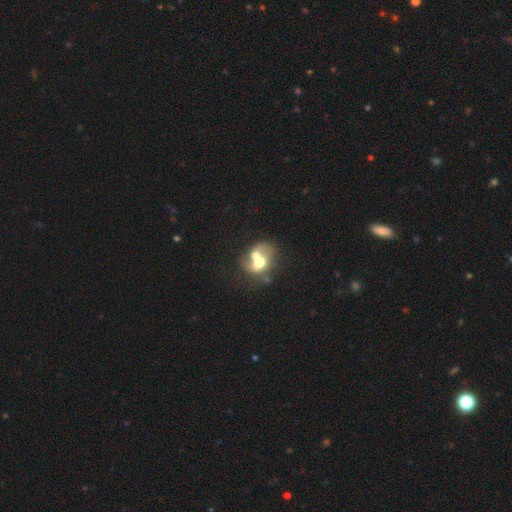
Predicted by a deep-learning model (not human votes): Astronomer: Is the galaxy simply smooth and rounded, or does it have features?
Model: smooth — 47% (runner-up: featured or disk, 44%).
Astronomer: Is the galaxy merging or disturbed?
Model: merger — 68%.